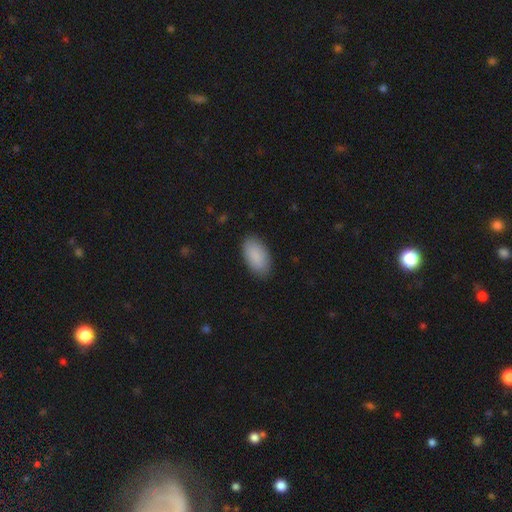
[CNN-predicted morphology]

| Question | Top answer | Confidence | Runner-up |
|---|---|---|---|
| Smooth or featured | smooth | 89% | star or artifact (6%) |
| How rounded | in between | 95% | cigar-shaped (3%) |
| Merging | none | 86% | minor disturbance (10%) |